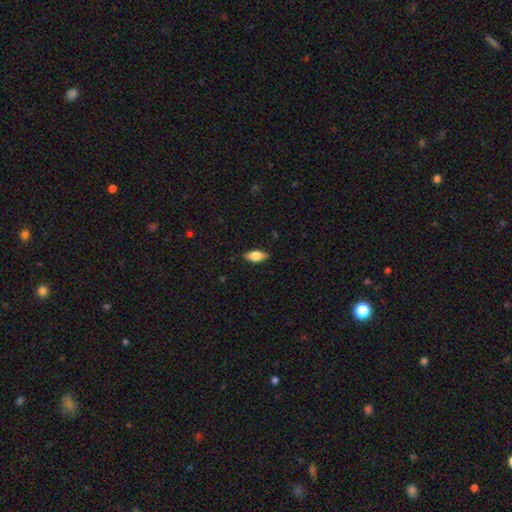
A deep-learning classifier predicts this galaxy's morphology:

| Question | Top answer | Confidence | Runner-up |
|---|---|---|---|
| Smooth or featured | smooth | 71% | featured or disk (23%) |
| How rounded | in between | 80% | cigar-shaped (17%) |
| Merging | none | 86% | minor disturbance (10%) |